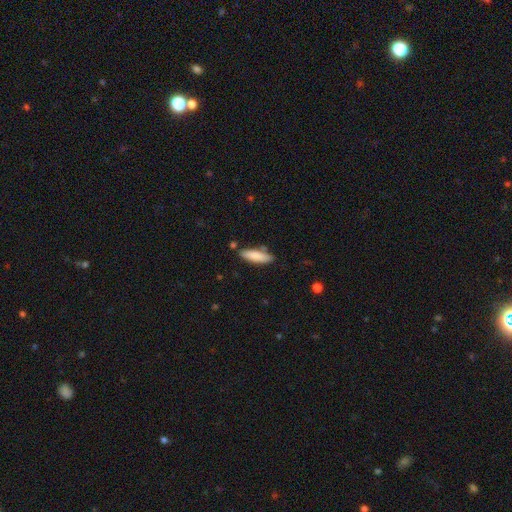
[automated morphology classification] This is clearly a smooth galaxy (84%). How rounded: possibly cigar-shaped (55%). Merging: likely none (77%).